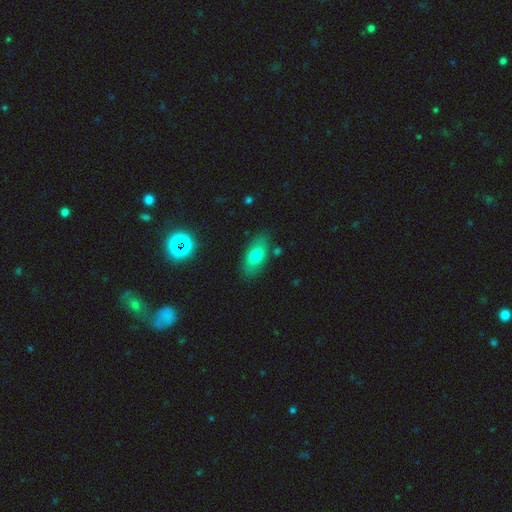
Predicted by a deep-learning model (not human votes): Q: Smooth or featured?
A: smooth (73%); runner-up: featured or disk (18%)
Q: How rounded?
A: in between (87%); runner-up: cigar-shaped (8%)
Q: Merging?
A: none (82%); runner-up: minor disturbance (12%)